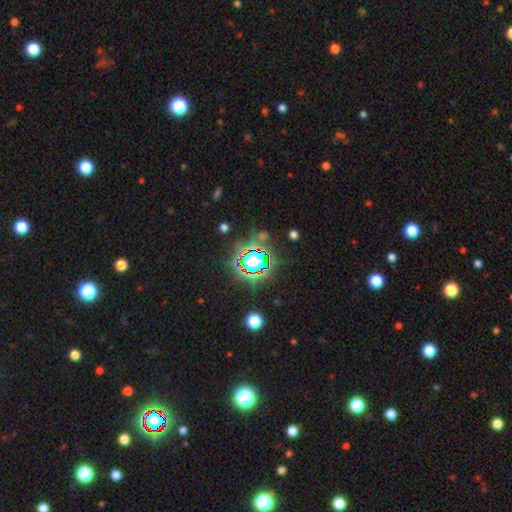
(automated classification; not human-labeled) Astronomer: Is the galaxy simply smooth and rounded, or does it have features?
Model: star or artifact — 70%.